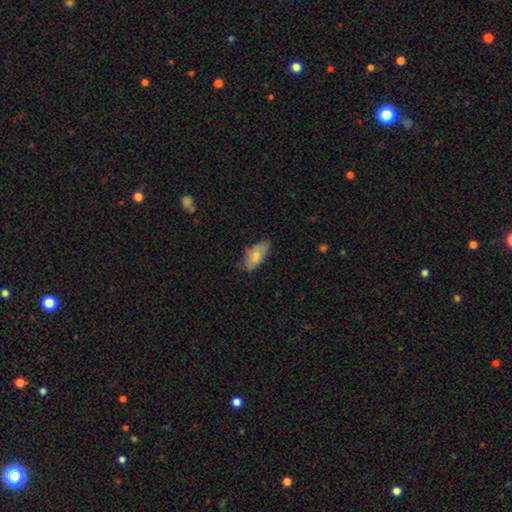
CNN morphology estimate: Q: Smooth or featured?
A: smooth (71%); runner-up: featured or disk (22%)
Q: How rounded?
A: in between (88%); runner-up: cigar-shaped (9%)
Q: Merging?
A: none (58%); runner-up: minor disturbance (31%)